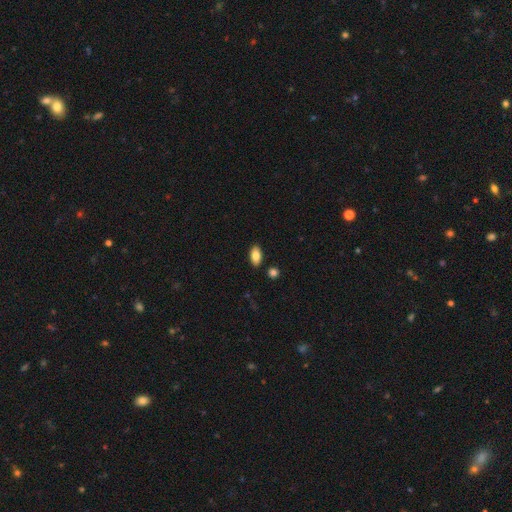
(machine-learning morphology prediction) This is clearly a smooth galaxy (83%). How rounded: clearly in between (92%). Merging: clearly none (88%).